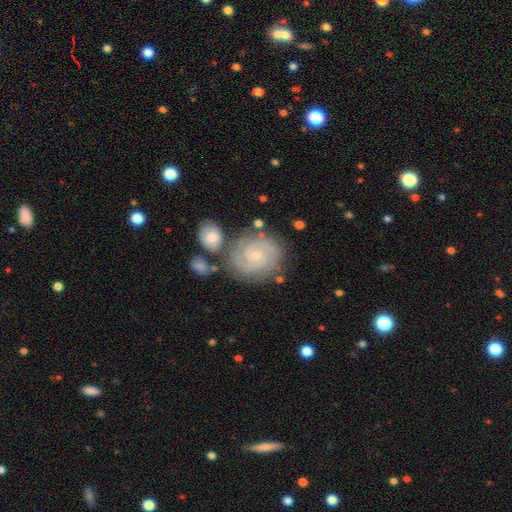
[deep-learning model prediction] smooth_or_featured: featured or disk (p=0.82) [alt: smooth p=0.11]
disk_edge_on: no (p=0.98) [alt: yes p=0.02]
bar: no (p=0.76) [alt: weak p=0.20]
has_spiral_arms: yes (p=0.96) [alt: no p=0.04]
spiral_winding: tight (p=0.73) [alt: medium p=0.22]
spiral_arm_count: 2 (p=0.48) [alt: can't tell p=0.19]
bulge_size: small (p=0.81) [alt: moderate p=0.14]
merging: none (p=0.72) [alt: minor disturbance p=0.14]